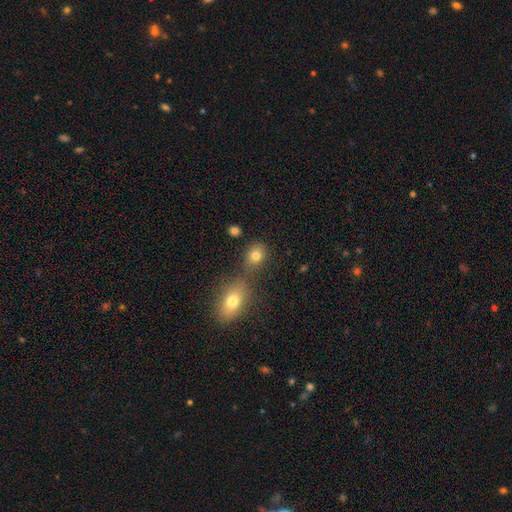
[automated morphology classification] Smooth or featured? smooth (79%)
How rounded? round (61%)
Merging? none (57%)